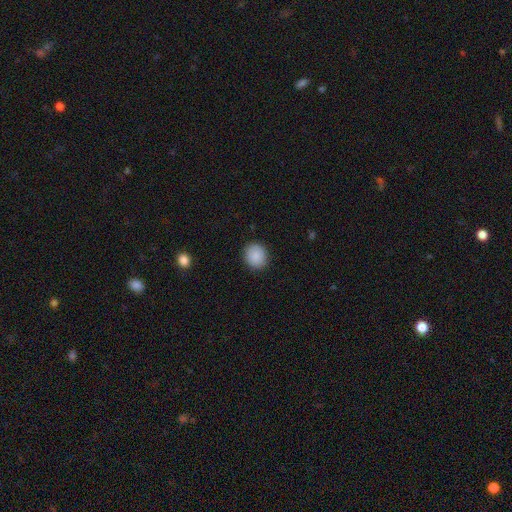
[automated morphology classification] Smooth or featured? Predicted: smooth (p=0.89). How rounded? Predicted: round (p=0.82). Merging? Predicted: none (p=0.90).